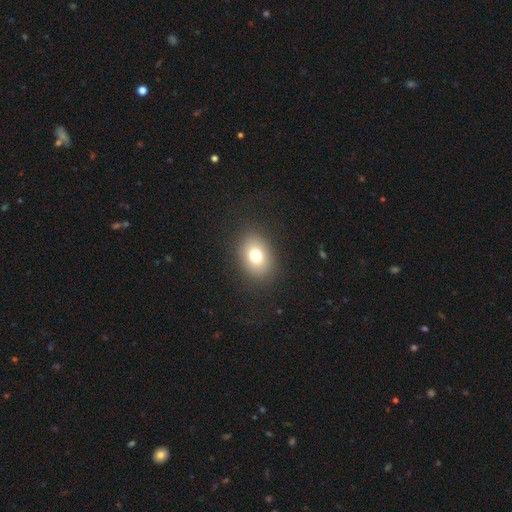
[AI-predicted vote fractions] A smooth galaxy with no disk features (75%) that is in between round and cigar-shaped (67%).

Vote fractions:
- Smooth or featured? smooth: 75% / featured or disk: 12% / star or artifact: 12%
- How rounded? in between: 67% / round: 32% / cigar-shaped: 1%
- Merging? none: 87% / minor disturbance: 8% / major disturbance: 4% / merger: 1%